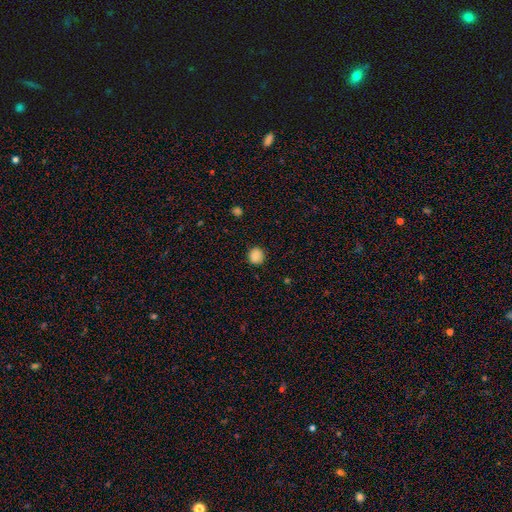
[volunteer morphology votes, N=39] smooth 92%, star or artifact 5%, featured or disk 3%. Down the decision tree: how rounded — round (92%); merging — none (97%).